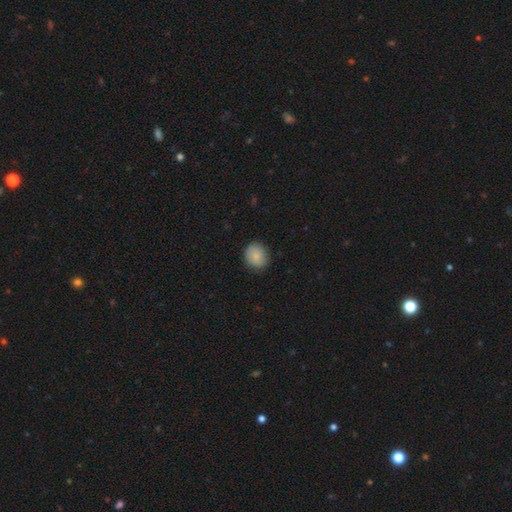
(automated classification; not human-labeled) Smooth or featured? Predicted: smooth (p=0.87). How rounded? Predicted: round (p=0.73). Merging? Predicted: none (p=0.87).